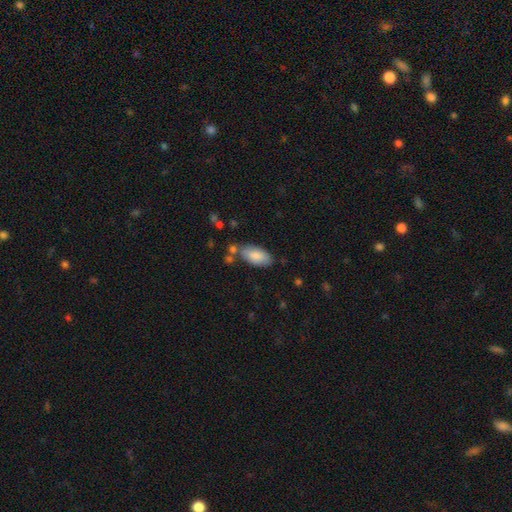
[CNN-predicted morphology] A smooth galaxy with no disk features (83%) that is in between round and cigar-shaped (92%). Merging: none (71%).